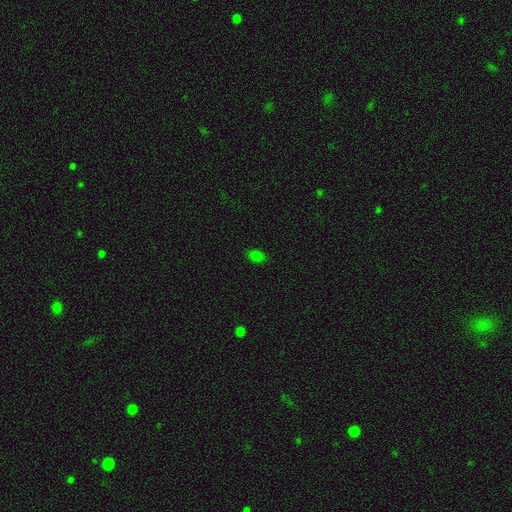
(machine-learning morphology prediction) Smooth or featured: smooth — 76% (star or artifact — 19%)
How rounded: in between — 72% (round — 26%)
Merging: none — 85% (minor disturbance — 11%)